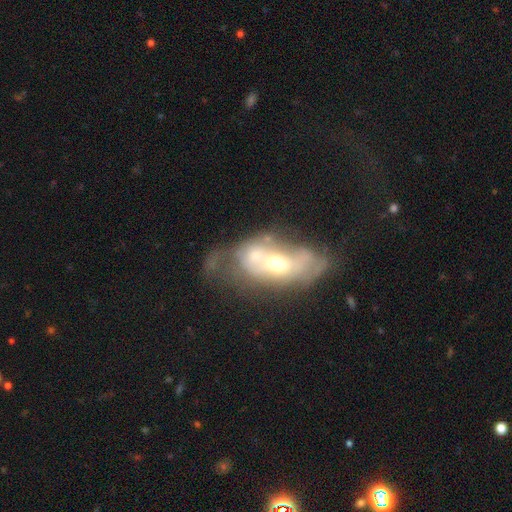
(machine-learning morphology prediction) This appears to be a featured or disk galaxy (50%). Merging: major disturbance (38%).